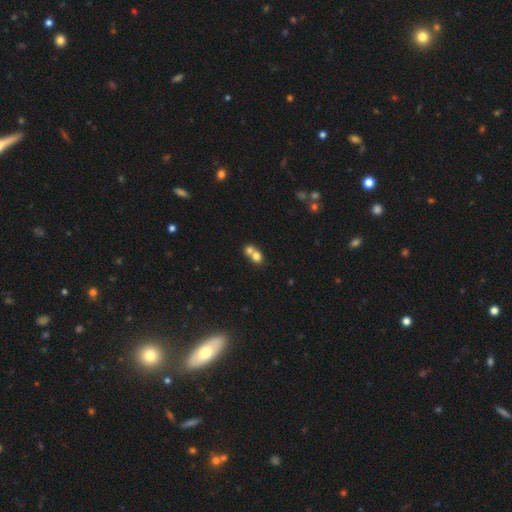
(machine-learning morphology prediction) smooth_or_featured: smooth (p=0.74) [alt: featured or disk p=0.15]
how_rounded: round (p=0.72) [alt: in between p=0.27]
merging: merger (p=0.67) [alt: none p=0.26]